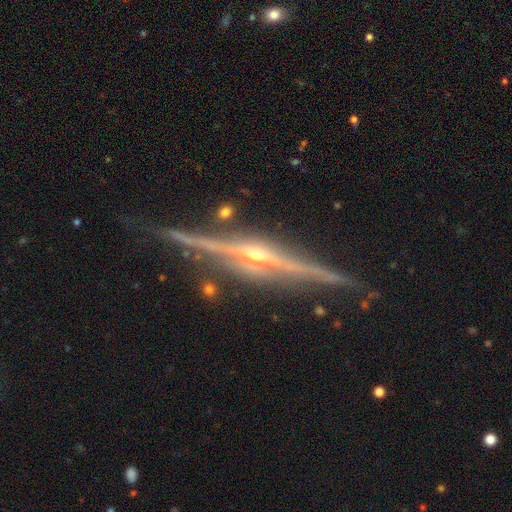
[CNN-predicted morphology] This is clearly a featured or disk galaxy (90%). It is clearly viewed edge-on (98%). Edge-on bulge: clearly rounded (86%). Merging: clearly none (85%).